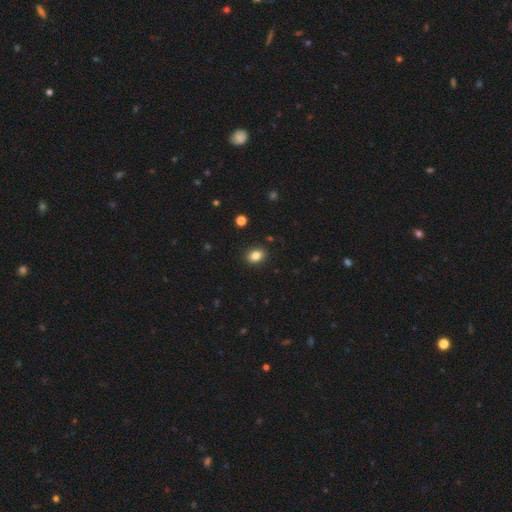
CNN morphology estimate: A smooth galaxy with no disk features (84%) that is in between round and cigar-shaped (72%).

Vote fractions:
- Smooth or featured? smooth: 84% / star or artifact: 10% / featured or disk: 6%
- How rounded? in between: 72% / round: 27% / cigar-shaped: 1%
- Merging? none: 89% / minor disturbance: 8% / major disturbance: 2% / merger: 1%